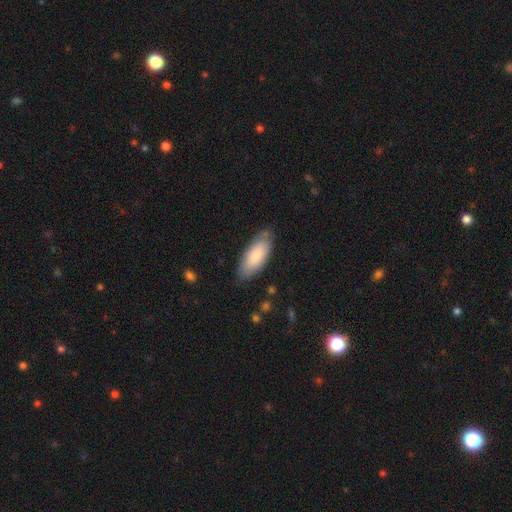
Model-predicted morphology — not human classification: Q: Smooth or featured?
A: smooth (81%); runner-up: featured or disk (14%)
Q: How rounded?
A: in between (82%); runner-up: cigar-shaped (17%)
Q: Merging?
A: none (77%); runner-up: minor disturbance (18%)